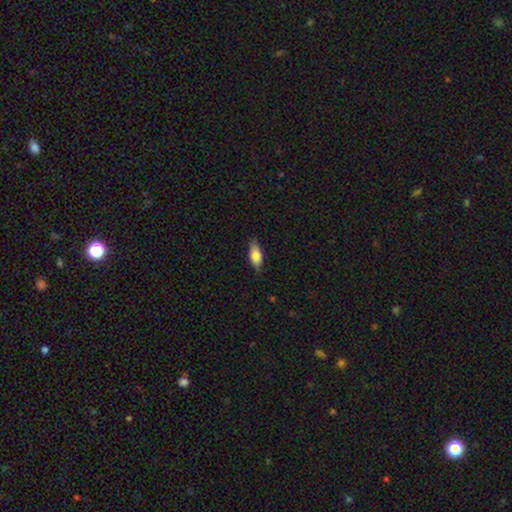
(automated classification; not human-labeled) A smooth galaxy with no disk features (78%) that is in between round and cigar-shaped (82%).

Vote fractions:
- Smooth or featured? smooth: 78% / featured or disk: 15% / star or artifact: 6%
- How rounded? in between: 82% / cigar-shaped: 15% / round: 3%
- Merging? none: 77% / minor disturbance: 19% / major disturbance: 3% / merger: 1%